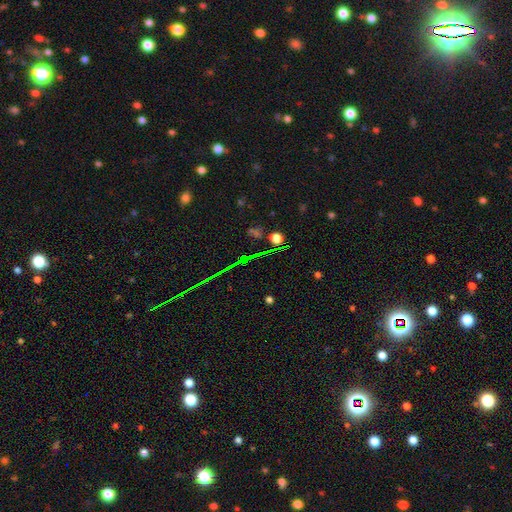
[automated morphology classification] A star or artifact, not a galaxy (74%).

Vote fractions:
- Smooth or featured? star or artifact: 74% / smooth: 14% / featured or disk: 11%